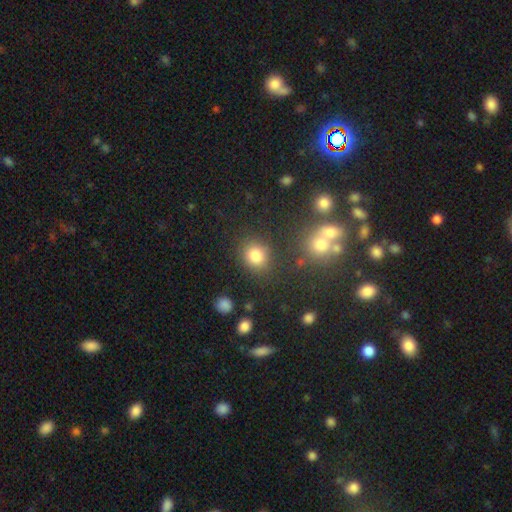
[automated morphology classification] A smooth galaxy with no disk features (82%) that is round (72%). Merging: none (79%).